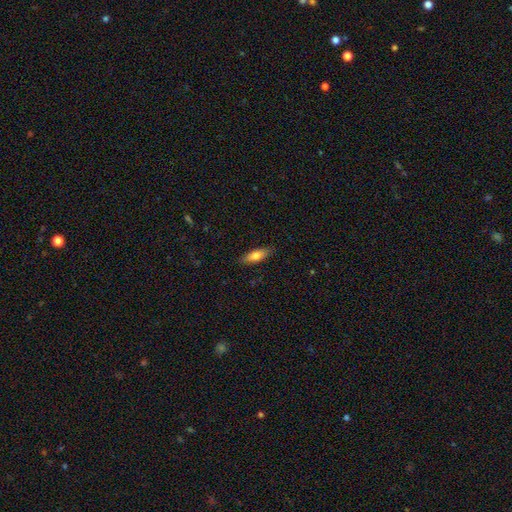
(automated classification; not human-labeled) smooth-or-featured: smooth: 71% | featured or disk: 23% | star or artifact: 6%
  how-rounded: in between: 52% | cigar-shaped: 46% | round: 2%
  merging: none: 87% | minor disturbance: 10% | major disturbance: 2% | merger: 1%